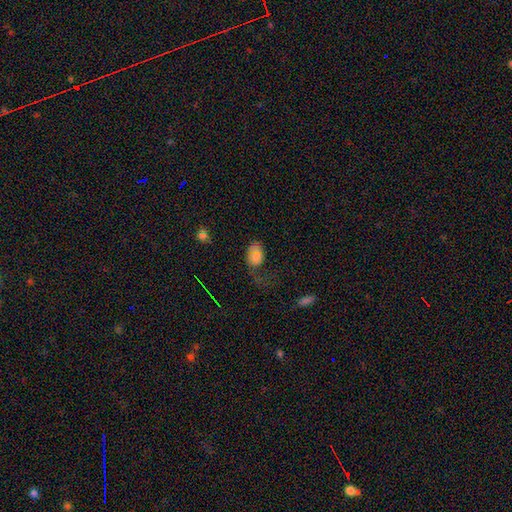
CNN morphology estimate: Smooth or featured? smooth (73%)
How rounded? in between (86%)
Merging? major disturbance (44%)